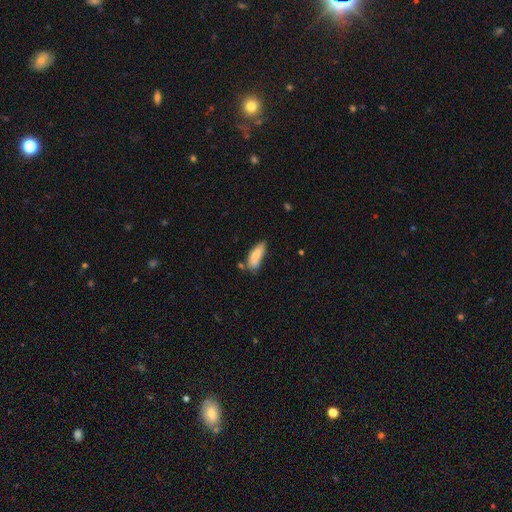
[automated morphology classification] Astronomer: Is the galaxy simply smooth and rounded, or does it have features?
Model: smooth — 82%.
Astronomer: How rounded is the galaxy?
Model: in between — 65%.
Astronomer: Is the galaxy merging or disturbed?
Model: none — 52% (runner-up: minor disturbance, 31%).